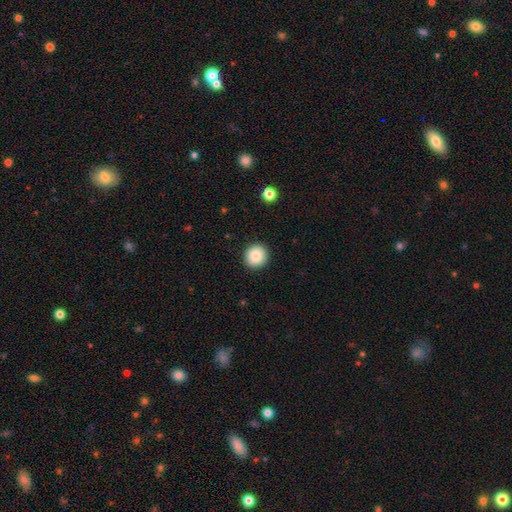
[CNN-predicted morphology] smooth 87%, star or artifact 8%, featured or disk 5%. Down the decision tree: how rounded — round (91%); merging — none (92%).